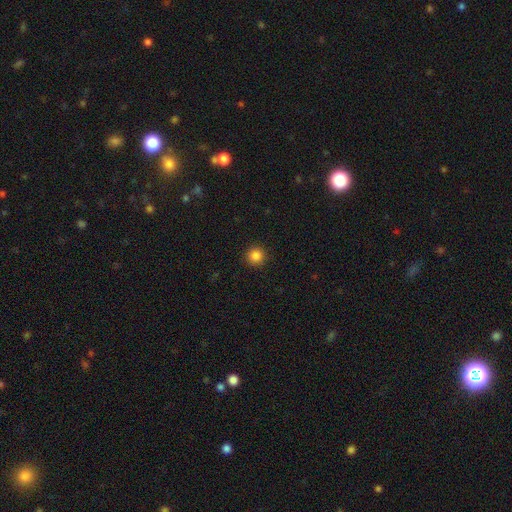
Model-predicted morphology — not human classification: This is clearly a smooth galaxy (85%). How rounded: clearly round (95%). Merging: clearly none (92%).